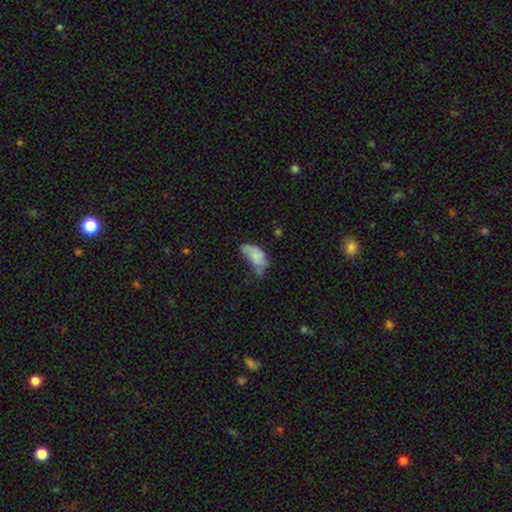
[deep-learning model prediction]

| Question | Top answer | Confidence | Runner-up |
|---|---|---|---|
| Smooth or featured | smooth | 64% | featured or disk (26%) |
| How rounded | in between | 91% | cigar-shaped (4%) |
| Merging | major disturbance | 37% | minor disturbance (31%) |